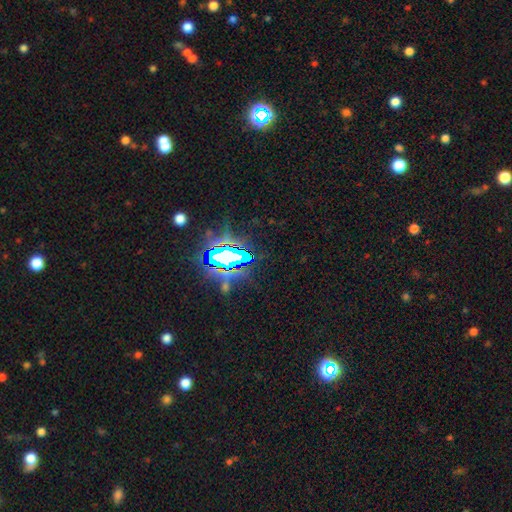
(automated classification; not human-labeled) The model was most divided on "smooth or featured": star or artifact: 75%, smooth: 16%, featured or disk: 9%.